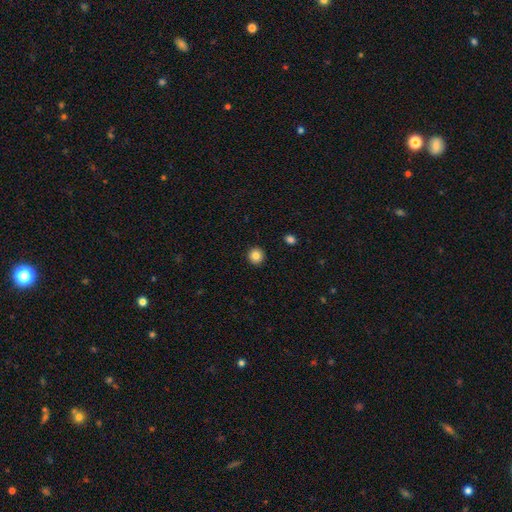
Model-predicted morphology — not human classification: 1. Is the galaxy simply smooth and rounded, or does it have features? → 84% smooth, 10% star or artifact, 6% featured or disk.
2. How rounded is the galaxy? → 94% round, 6% in between, 1% cigar-shaped.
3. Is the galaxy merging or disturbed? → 93% none, 4% minor disturbance, 1% major disturbance, 1% merger.